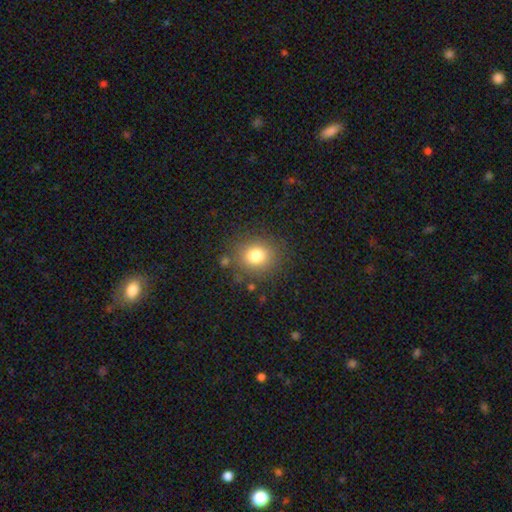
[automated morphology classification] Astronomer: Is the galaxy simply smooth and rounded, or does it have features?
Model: smooth — 79%.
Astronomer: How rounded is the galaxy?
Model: round — 79%.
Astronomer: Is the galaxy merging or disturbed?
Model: none — 84%.